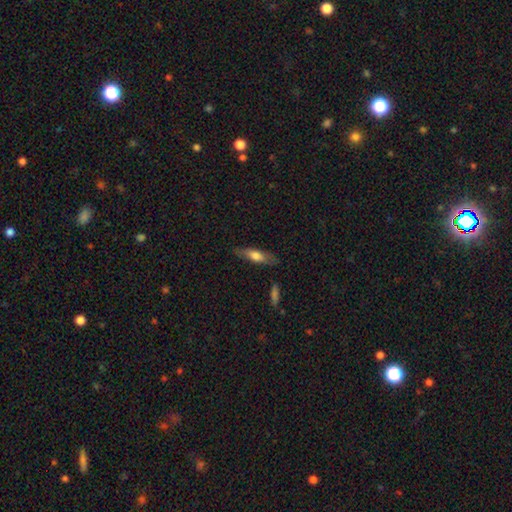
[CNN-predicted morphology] smooth 60%, featured or disk 34%, star or artifact 6%. Down the decision tree: how rounded — cigar-shaped (61%); merging — none (79%).